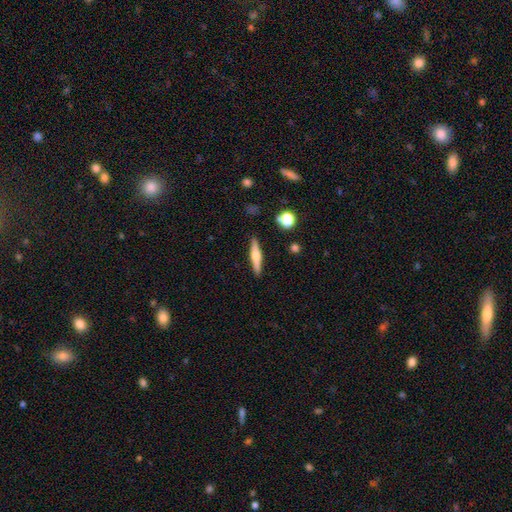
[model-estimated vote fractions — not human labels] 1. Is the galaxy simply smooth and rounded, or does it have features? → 54% featured or disk, 39% smooth, 7% star or artifact.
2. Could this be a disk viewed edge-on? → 96% yes, 4% no.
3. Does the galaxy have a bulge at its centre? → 86% rounded, 8% boxy, 5% none.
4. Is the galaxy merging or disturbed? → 90% none, 7% minor disturbance, 2% major disturbance, 2% merger.